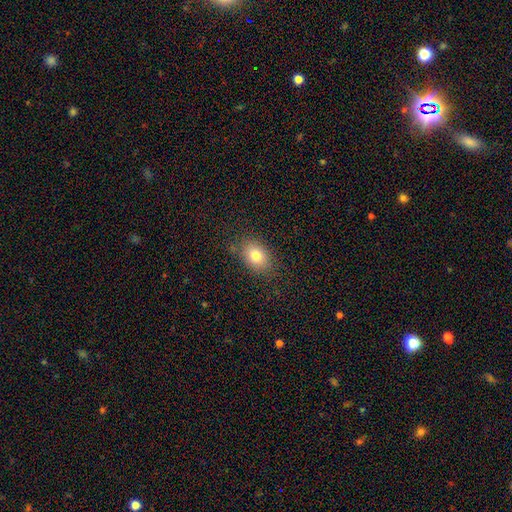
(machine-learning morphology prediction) Smooth or featured: smooth — 79% (featured or disk — 11%)
How rounded: in between — 77% (round — 22%)
Merging: none — 82% (minor disturbance — 13%)